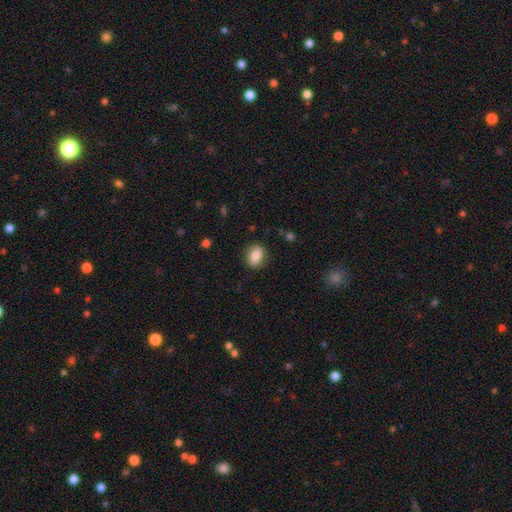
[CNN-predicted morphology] Smooth or featured?
  - smooth: 82% *
  - featured or disk: 10%
  - star or artifact: 8%
How rounded?
  - in between: 66% *
  - round: 32%
  - cigar-shaped: 2%
Merging?
  - none: 84% *
  - minor disturbance: 12%
  - major disturbance: 3%
  - merger: 1%